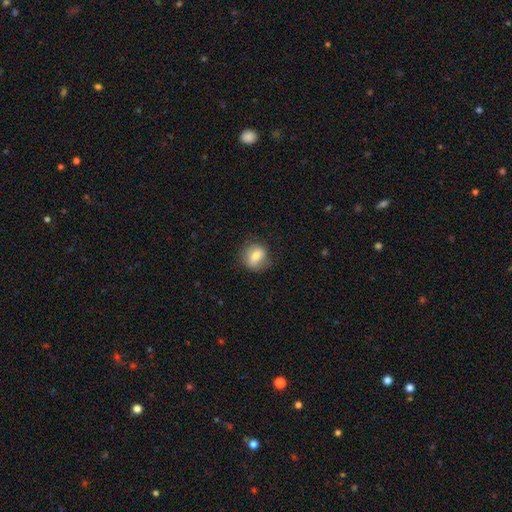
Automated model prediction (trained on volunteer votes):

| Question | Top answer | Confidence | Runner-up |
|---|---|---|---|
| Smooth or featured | smooth | 69% | featured or disk (23%) |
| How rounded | round | 61% | in between (38%) |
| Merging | none | 74% | minor disturbance (19%) |